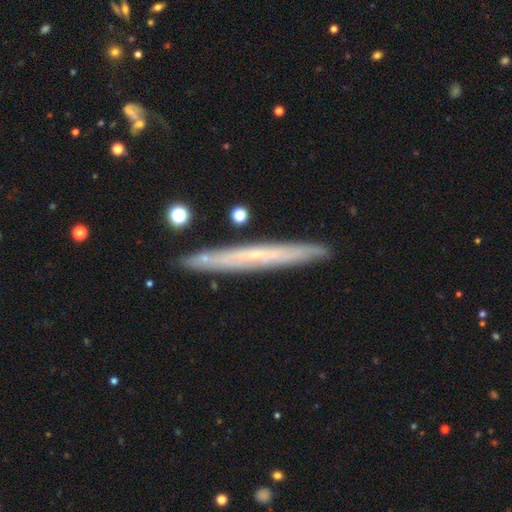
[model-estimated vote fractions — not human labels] smooth-or-featured: featured or disk: 58% | smooth: 35% | star or artifact: 7%
  disk-edge-on: yes: 91% | no: 9%
    edge-on-bulge: none: 78% | rounded: 19% | boxy: 3%
  merging: none: 89% | minor disturbance: 8% | merger: 2% | major disturbance: 1%